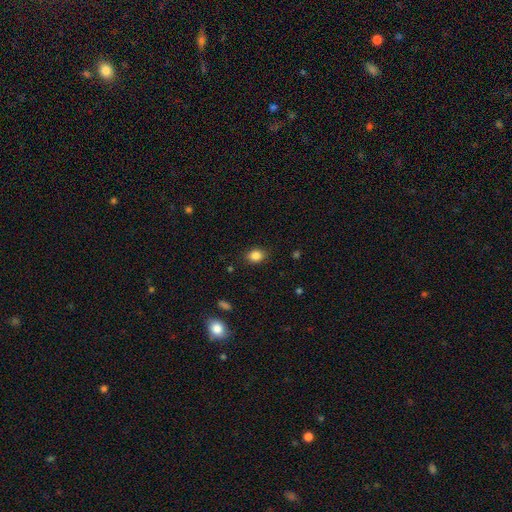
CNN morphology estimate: Smooth or featured? Predicted: smooth (p=0.85). How rounded? Predicted: in between (p=0.52). Merging? Predicted: none (p=0.85).